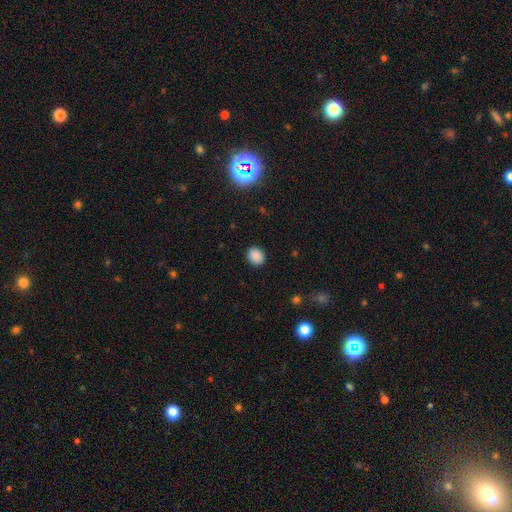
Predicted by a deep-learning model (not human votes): Smooth or featured: smooth — 87% (star or artifact — 10%)
How rounded: round — 56% (in between — 43%)
Merging: none — 89% (minor disturbance — 8%)